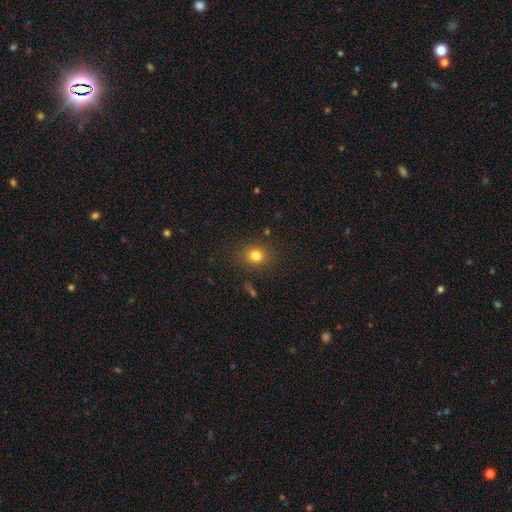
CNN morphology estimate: Smooth or featured? Predicted: smooth (p=0.80). How rounded? Predicted: round (p=0.69). Merging? Predicted: none (p=0.84).